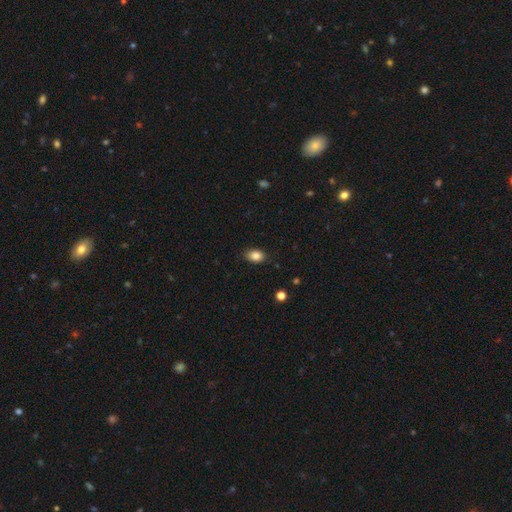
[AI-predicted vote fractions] smooth_or_featured: smooth (p=0.86) [alt: star or artifact p=0.09]
how_rounded: in between (p=0.80) [alt: round p=0.19]
merging: none (p=0.85) [alt: minor disturbance p=0.12]